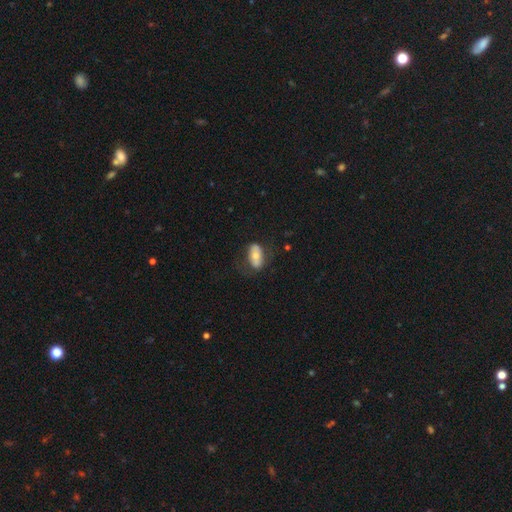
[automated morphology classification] A smooth galaxy with no disk features (67%) that is in between round and cigar-shaped (89%).

Vote fractions:
- Smooth or featured? smooth: 67% / featured or disk: 27% / star or artifact: 7%
- How rounded? in between: 89% / cigar-shaped: 6% / round: 4%
- Merging? none: 64% / minor disturbance: 22% / major disturbance: 13% / merger: 2%